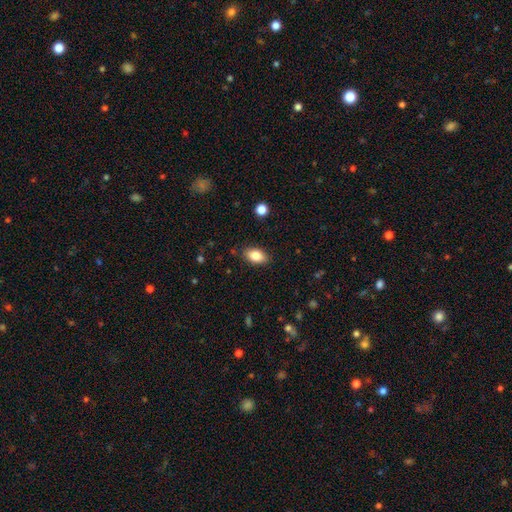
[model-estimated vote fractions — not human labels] A smooth galaxy with no disk features (85%) that is in between round and cigar-shaped (89%). Merging: none (86%).